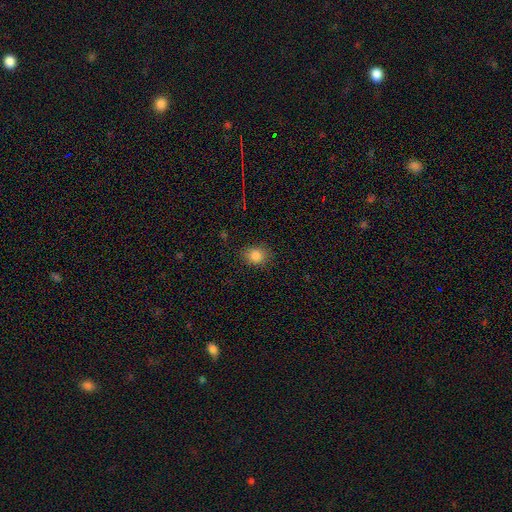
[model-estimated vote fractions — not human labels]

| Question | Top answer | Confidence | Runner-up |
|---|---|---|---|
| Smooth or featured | smooth | 84% | star or artifact (11%) |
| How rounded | round | 60% | in between (39%) |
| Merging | none | 84% | minor disturbance (12%) |